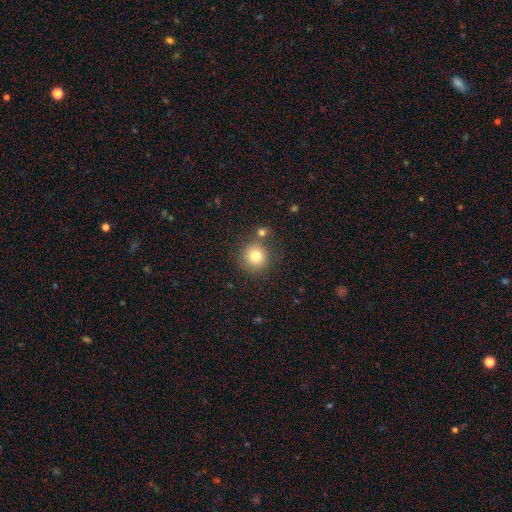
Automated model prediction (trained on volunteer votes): Smooth or featured? smooth (79%)
How rounded? round (93%)
Merging? none (74%)